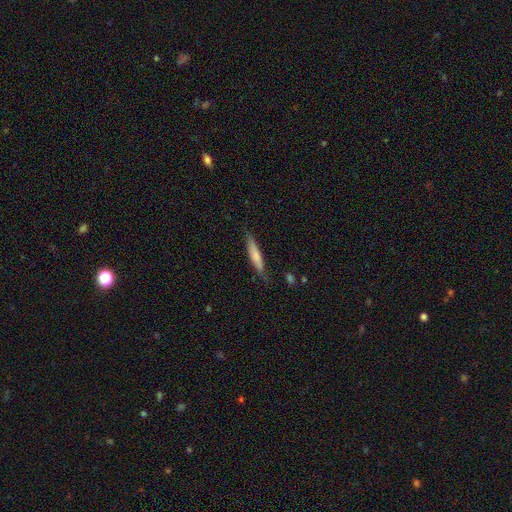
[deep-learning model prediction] Overall: smooth (71%). How rounded: cigar-shaped (88%). Merging: none (78%).